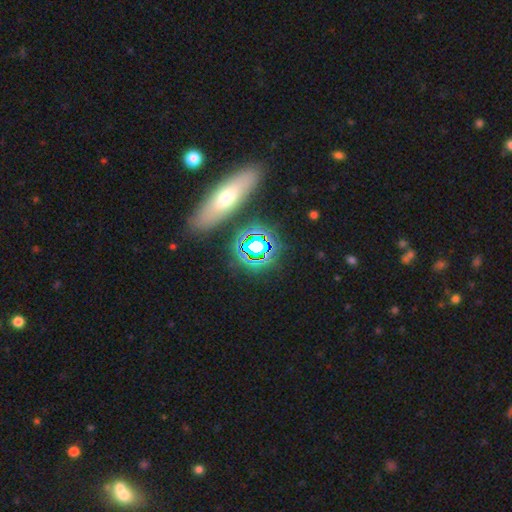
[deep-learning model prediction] Overall: smooth (38%; featured or disk 34%). Merging: none (83%).